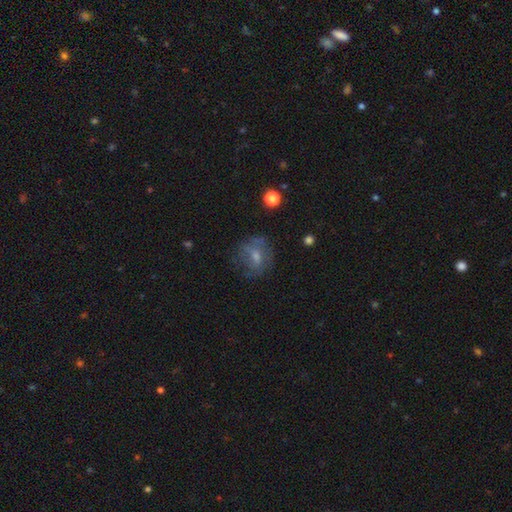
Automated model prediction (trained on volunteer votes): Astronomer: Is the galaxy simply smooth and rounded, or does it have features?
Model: featured or disk — 43% (runner-up: smooth, 40%).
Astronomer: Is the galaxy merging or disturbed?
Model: none — 68%.